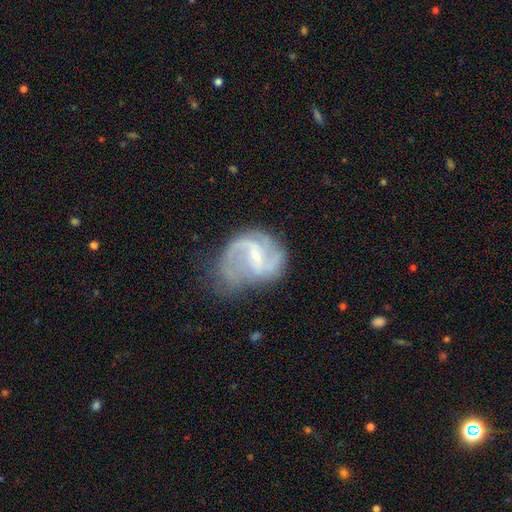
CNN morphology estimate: The model was most divided on "spiral winding": medium: 45%, loose: 41%, tight: 14%. Remaining: edge-on disk — no (98%); spiral arms — yes (94%); smooth or featured — featured or disk (86%); bulge size — small (74%); spiral arm count — 2 (69%); bar — weak (53%); merging — none (46%).